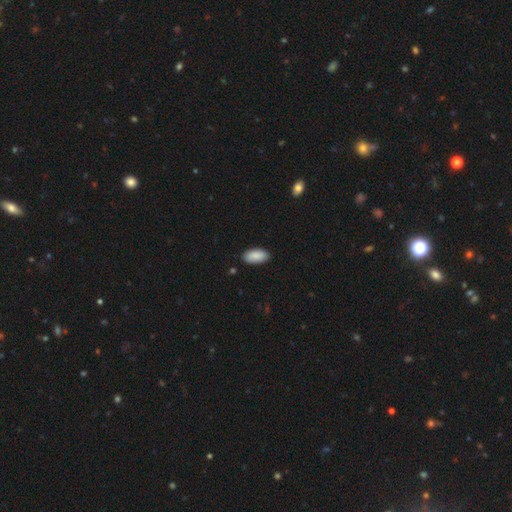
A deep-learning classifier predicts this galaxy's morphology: A smooth galaxy with no disk features (90%) that is in between round and cigar-shaped (93%). Merging: none (87%).